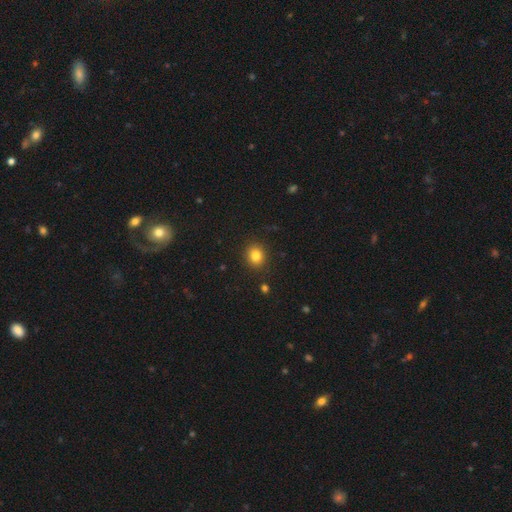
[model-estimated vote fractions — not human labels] Smooth or featured: smooth — 83% (star or artifact — 12%)
How rounded: round — 78% (in between — 21%)
Merging: none — 90% (minor disturbance — 7%)